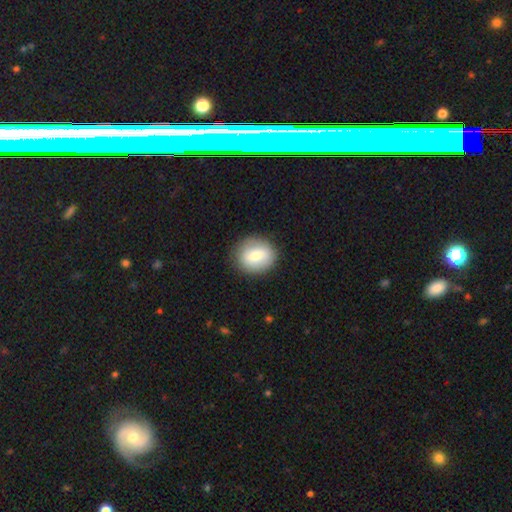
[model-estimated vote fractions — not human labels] Morphology: type=smooth (71%); roundness=round (71%); merging=none (86%).